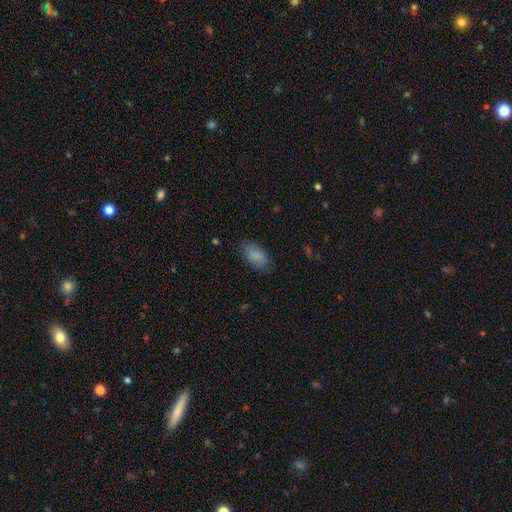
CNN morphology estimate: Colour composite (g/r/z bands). It shows a smooth galaxy with no disk features (86%) that is in between round and cigar-shaped (92%). Merging: none (78%).